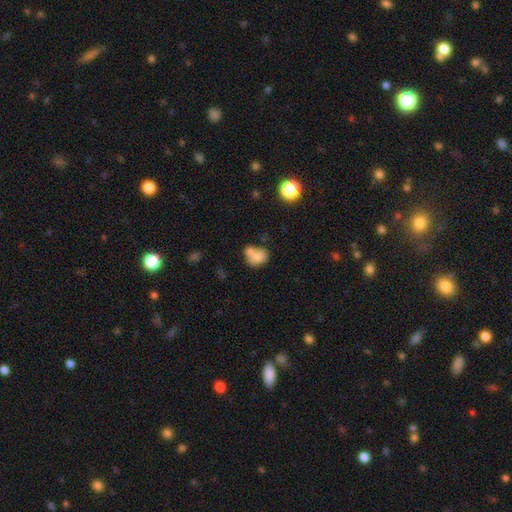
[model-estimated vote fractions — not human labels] Overall: smooth (76%). How rounded: round (50%; in between 49%). Merging: merger (54%; none 29%).